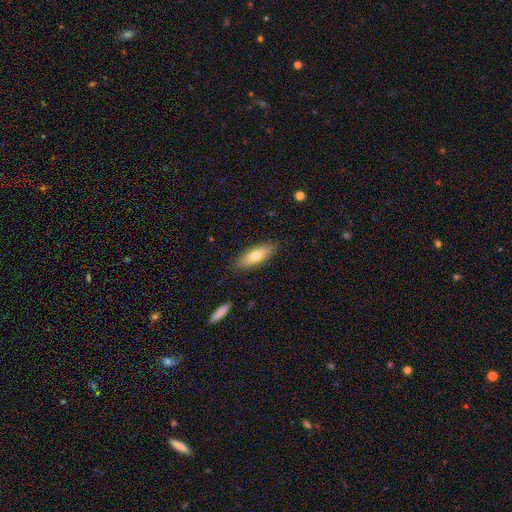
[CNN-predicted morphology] Smooth or featured: smooth — 68% (featured or disk — 25%)
How rounded: in between — 64% (cigar-shaped — 33%)
Merging: none — 86% (minor disturbance — 10%)